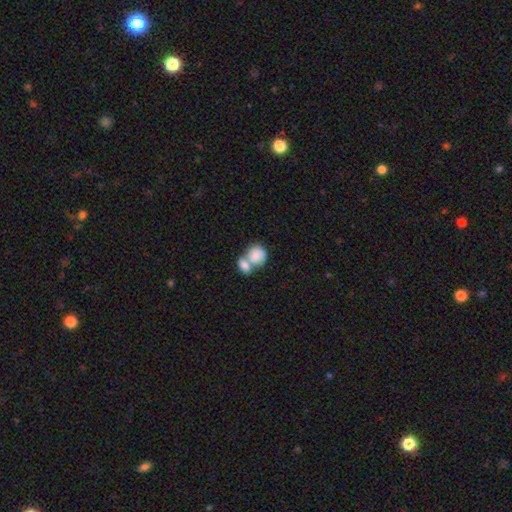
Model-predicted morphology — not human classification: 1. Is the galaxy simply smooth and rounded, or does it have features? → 82% smooth, 12% featured or disk, 6% star or artifact.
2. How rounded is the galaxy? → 65% round, 33% in between, 1% cigar-shaped.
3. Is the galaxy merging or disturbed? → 69% merger, 21% none, 6% minor disturbance, 4% major disturbance.